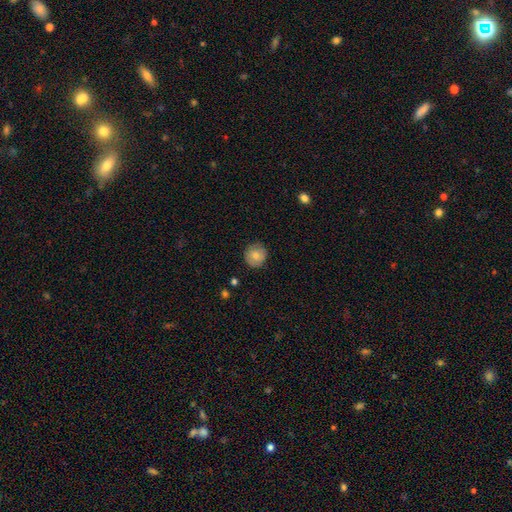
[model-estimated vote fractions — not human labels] Smooth or featured?
  - smooth: 79% *
  - featured or disk: 13%
  - star or artifact: 8%
How rounded?
  - round: 91% *
  - in between: 8%
  - cigar-shaped: 1%
Merging?
  - none: 87% *
  - minor disturbance: 10%
  - major disturbance: 2%
  - merger: 1%